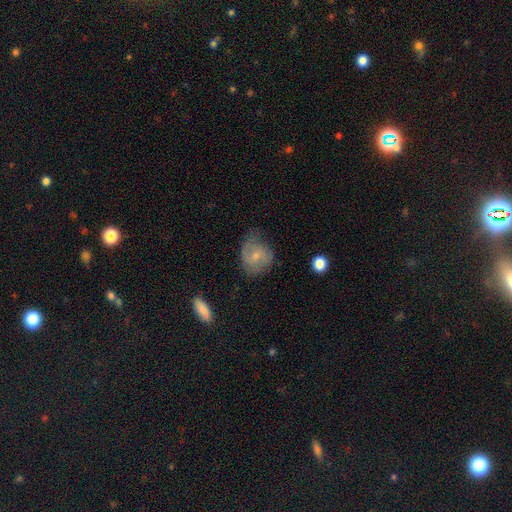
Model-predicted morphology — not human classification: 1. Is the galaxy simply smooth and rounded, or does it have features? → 51% smooth, 42% featured or disk, 7% star or artifact.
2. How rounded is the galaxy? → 66% round, 32% in between, 1% cigar-shaped.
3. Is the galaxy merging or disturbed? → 51% none, 32% minor disturbance, 16% major disturbance, 2% merger.